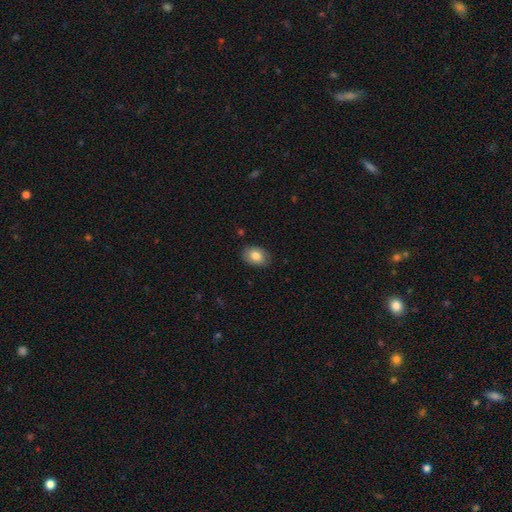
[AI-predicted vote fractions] This is likely a smooth galaxy (80%). How rounded: clearly in between (84%). Merging: clearly none (86%).